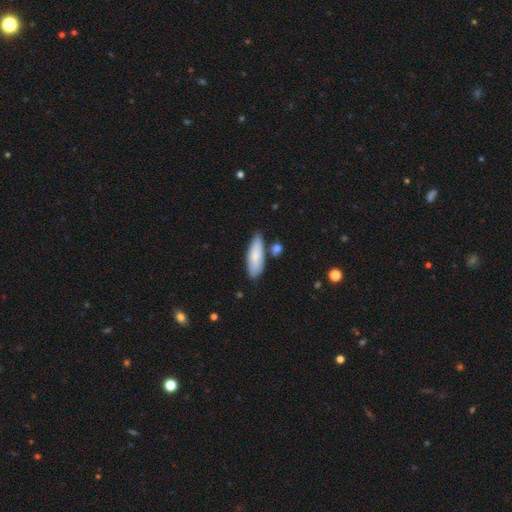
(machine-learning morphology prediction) Smooth or featured? Predicted: smooth (p=0.79). How rounded? Predicted: in between (p=0.62). Merging? Predicted: none (p=0.71).